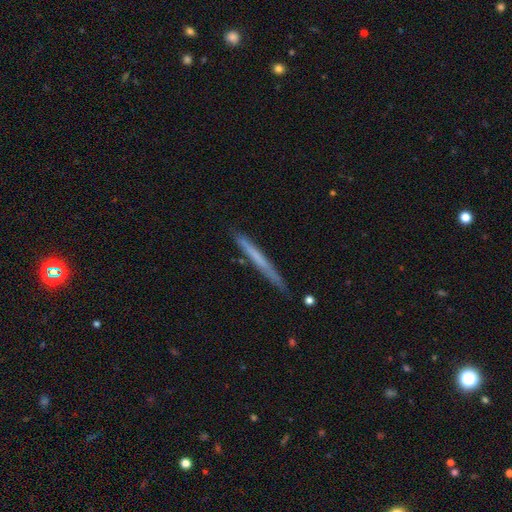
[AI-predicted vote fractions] This appears to be a smooth galaxy with no disk features (53%) that is cigar-shaped (97%). Merging: none (85%).